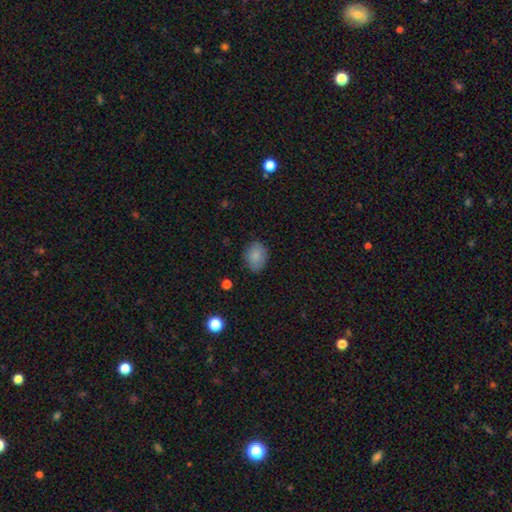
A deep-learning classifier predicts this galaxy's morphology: Overall: smooth (85%). How rounded: in between (62%; round 37%). Merging: none (80%).